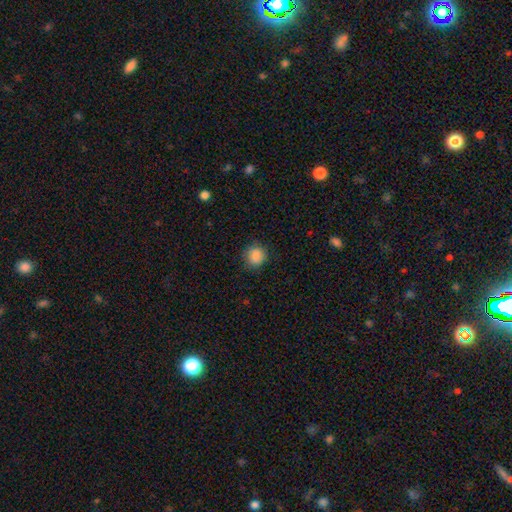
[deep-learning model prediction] Smooth or featured?
  - smooth: 87% *
  - star or artifact: 9%
  - featured or disk: 3%
How rounded?
  - round: 83% *
  - in between: 16%
  - cigar-shaped: 1%
Merging?
  - none: 86% *
  - minor disturbance: 11%
  - major disturbance: 3%
  - merger: 1%